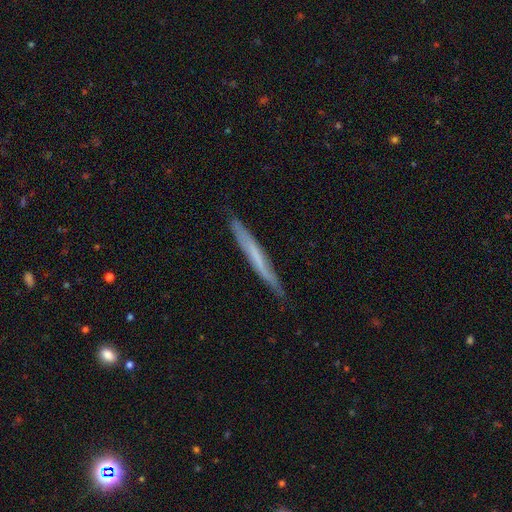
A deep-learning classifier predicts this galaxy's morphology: Smooth or featured?
  - featured or disk: 49% *
  - smooth: 45%
  - star or artifact: 7%
Merging?
  - none: 82% *
  - minor disturbance: 15%
  - major disturbance: 2%
  - merger: 1%